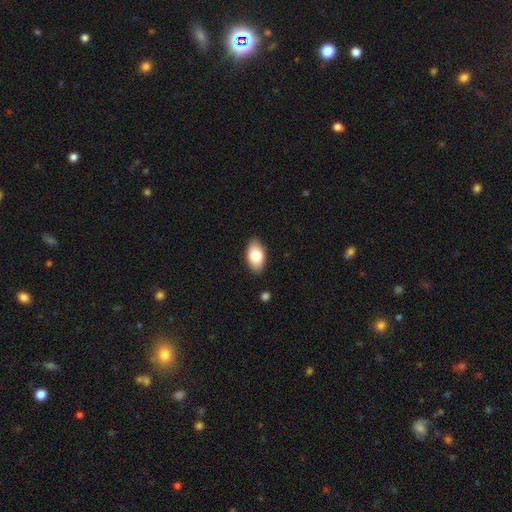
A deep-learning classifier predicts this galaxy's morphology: A smooth galaxy with no disk features (80%) that is in between round and cigar-shaped (93%).

Vote fractions:
- Smooth or featured? smooth: 80% / featured or disk: 13% / star or artifact: 7%
- How rounded? in between: 93% / round: 5% / cigar-shaped: 2%
- Merging? none: 87% / minor disturbance: 9% / major disturbance: 2% / merger: 1%